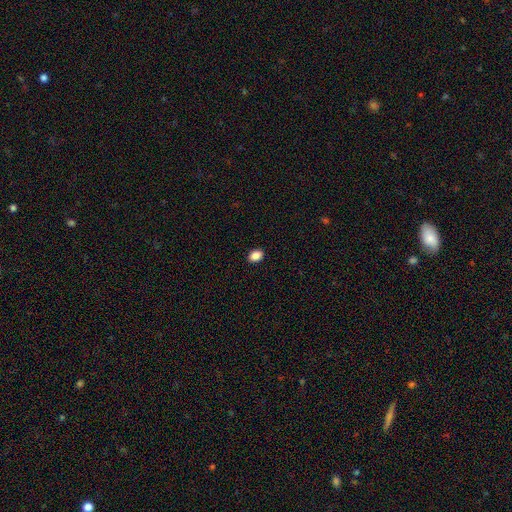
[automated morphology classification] Smooth or featured: smooth — 88% (star or artifact — 9%)
How rounded: in between — 75% (round — 24%)
Merging: none — 91% (minor disturbance — 7%)